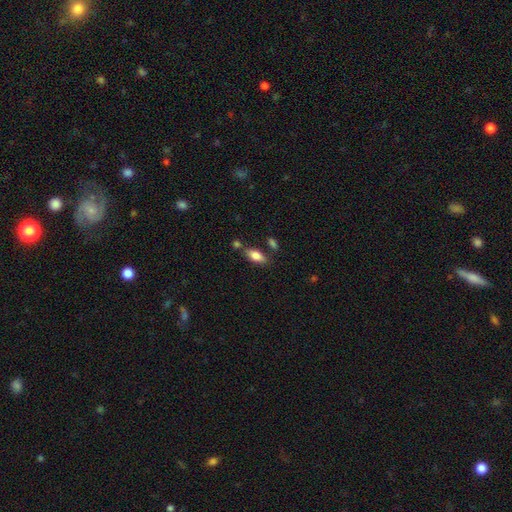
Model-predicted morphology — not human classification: type=smooth (81%); roundness=in between (85%); merging=none (68%).